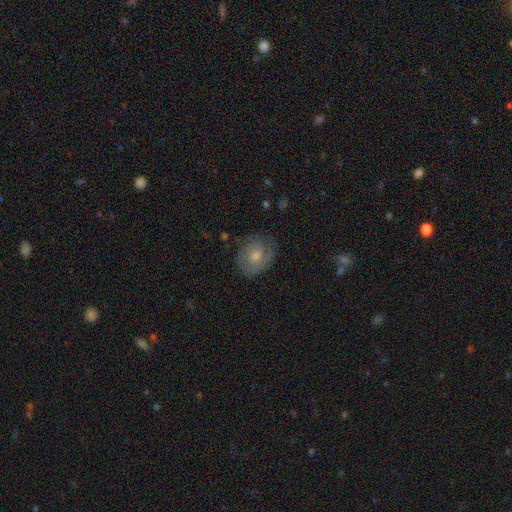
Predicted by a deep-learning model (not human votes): Smooth or featured? Predicted: featured or disk (p=0.56). Edge-on disk? Predicted: no (p=0.96). Bar? Predicted: no (p=0.76). Spiral arms? Predicted: yes (p=0.82). Bulge size? Predicted: moderate (p=0.58). Merging? Predicted: none (p=0.75).